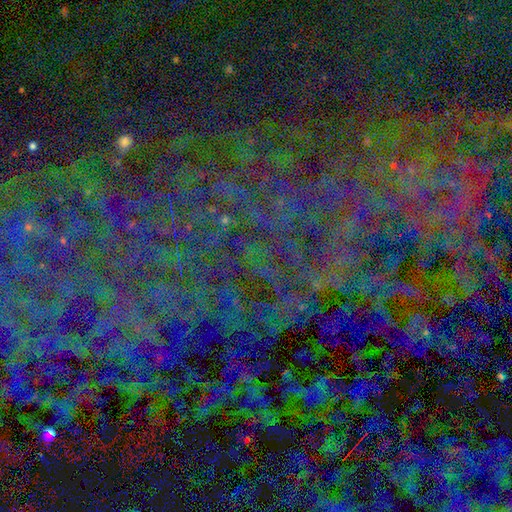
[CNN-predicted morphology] A star or artifact, not a galaxy (79%).